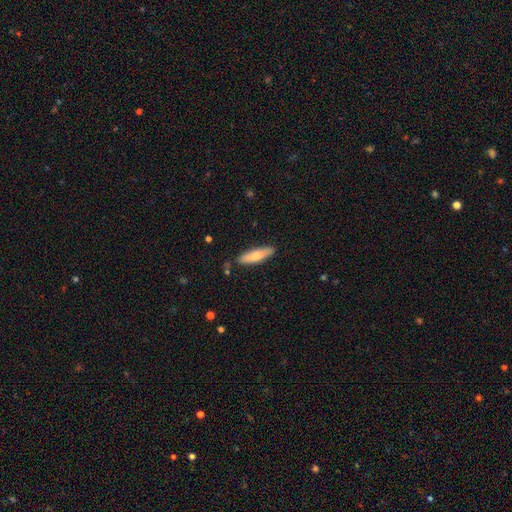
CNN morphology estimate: Smooth or featured?
  - smooth: 68% *
  - featured or disk: 26%
  - star or artifact: 6%
How rounded?
  - cigar-shaped: 68% *
  - in between: 31%
  - round: 2%
Merging?
  - none: 84% *
  - minor disturbance: 12%
  - major disturbance: 2%
  - merger: 2%